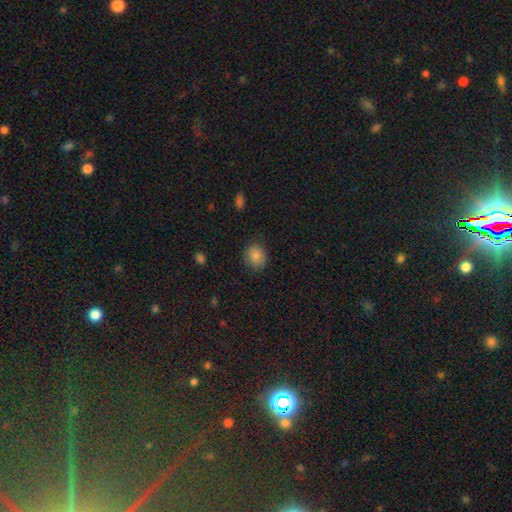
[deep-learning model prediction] This appears to be a smooth galaxy with no disk features (85%) that is round (72%). Merging: none (83%).